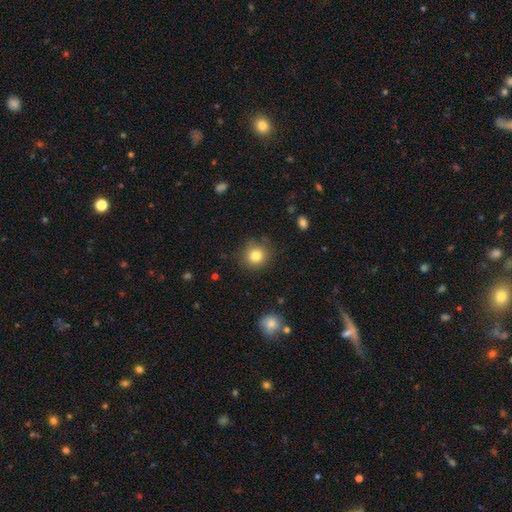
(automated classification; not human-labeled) smooth 82%, star or artifact 11%, featured or disk 8%. Down the decision tree: how rounded — round (91%); merging — none (82%).